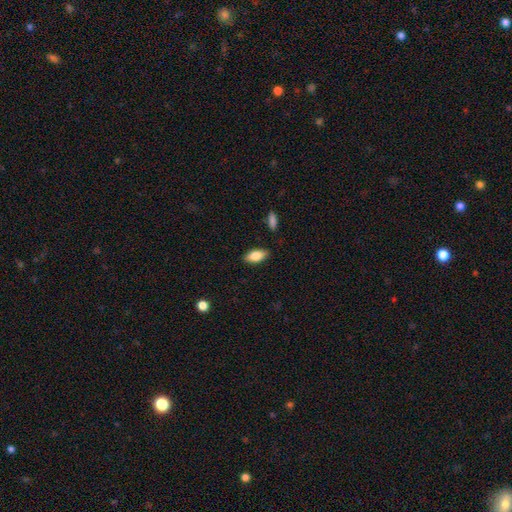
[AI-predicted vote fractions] This is clearly a smooth galaxy (82%). How rounded: clearly in between (88%). Merging: clearly none (85%).